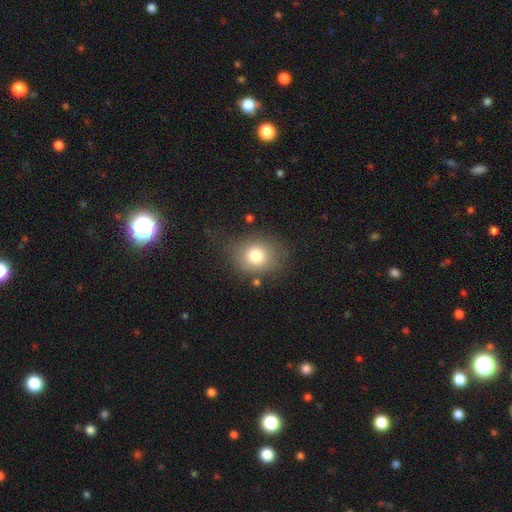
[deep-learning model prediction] A smooth galaxy with no disk features (78%) that is round (66%).

Vote fractions:
- Smooth or featured? smooth: 78% / star or artifact: 11% / featured or disk: 11%
- How rounded? round: 66% / in between: 34% / cigar-shaped: 1%
- Merging? none: 70% / minor disturbance: 18% / major disturbance: 8% / merger: 4%